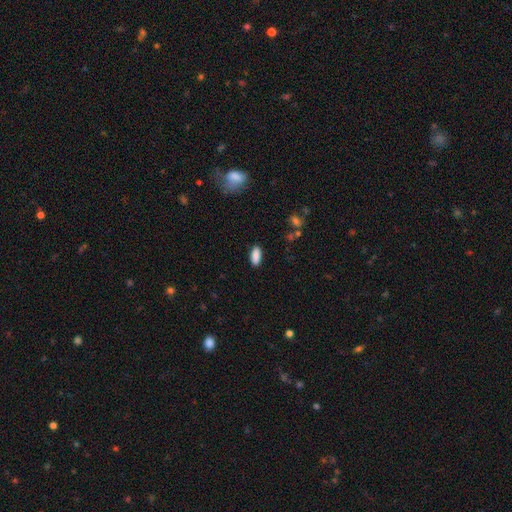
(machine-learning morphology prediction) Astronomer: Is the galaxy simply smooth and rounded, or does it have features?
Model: smooth — 87%.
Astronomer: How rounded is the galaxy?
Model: in between — 80%.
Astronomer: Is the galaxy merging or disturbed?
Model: none — 87%.